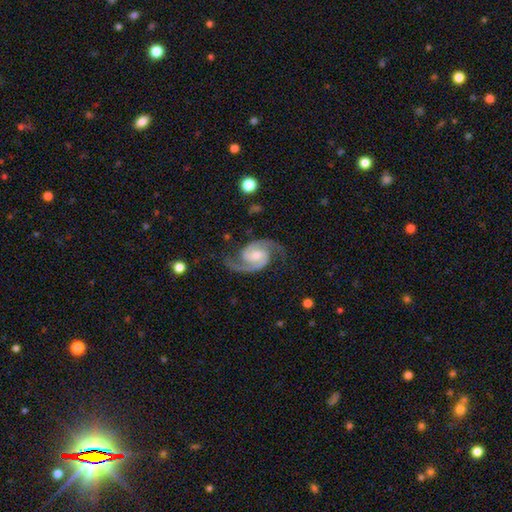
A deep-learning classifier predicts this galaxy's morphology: Smooth or featured? Predicted: featured or disk (p=0.93). Edge-on disk? Predicted: no (p=0.98). Bar? Predicted: no (p=0.45). Spiral arms? Predicted: yes (p=0.99). Spiral winding? Predicted: medium (p=0.60). Spiral arm count? Predicted: 2 (p=0.94). Bulge size? Predicted: moderate (p=0.52). Merging? Predicted: none (p=0.80).